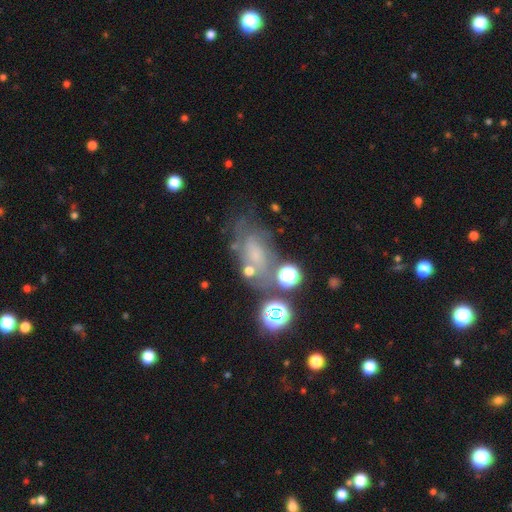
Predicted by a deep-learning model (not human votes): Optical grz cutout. It shows a featured or disk galaxy (41%). Merging: none (44%).